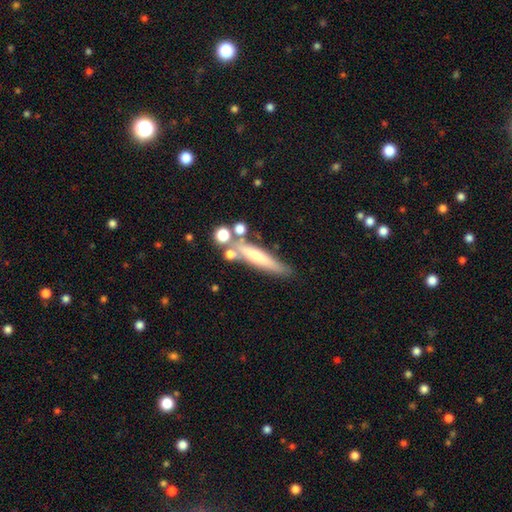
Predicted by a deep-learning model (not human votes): Overall: smooth (53%; featured or disk 38%). How rounded: cigar-shaped (86%). Merging: none (62%).